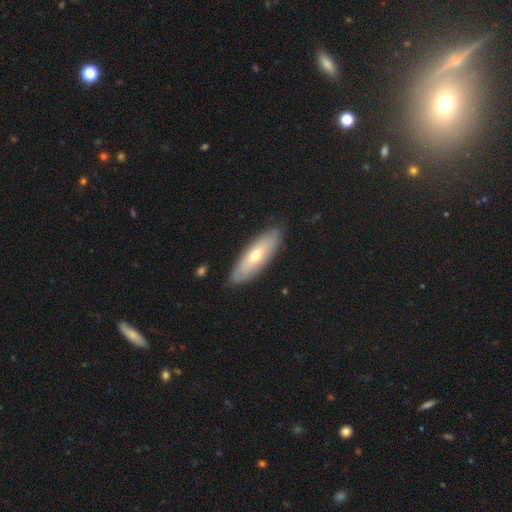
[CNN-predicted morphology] A smooth galaxy with no disk features (53%) that is in between round and cigar-shaped (56%). Merging: none (87%).